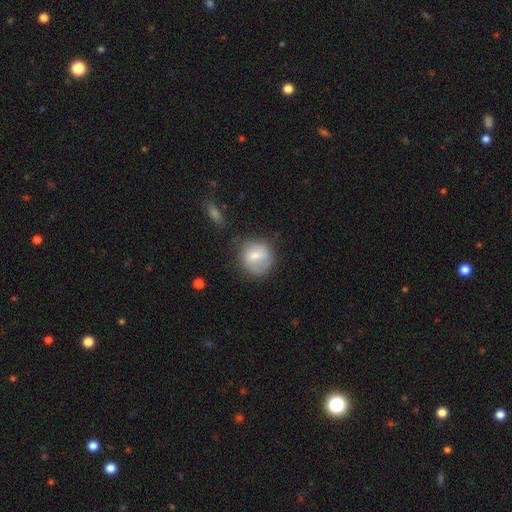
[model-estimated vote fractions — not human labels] Smooth or featured: smooth — 68% (featured or disk — 25%)
How rounded: round — 82% (in between — 17%)
Merging: none — 62% (minor disturbance — 25%)